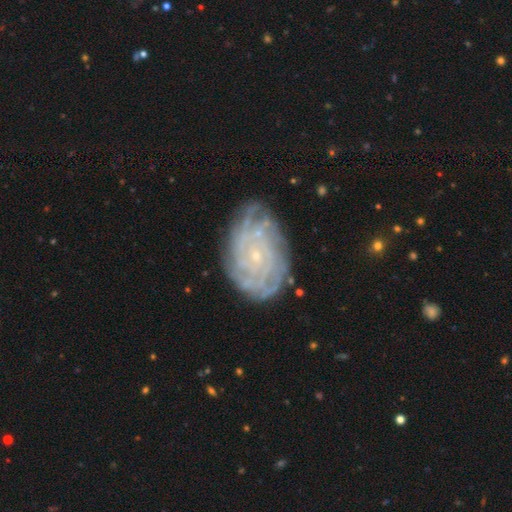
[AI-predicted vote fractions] Smooth or featured?
  - featured or disk: 83% *
  - smooth: 10%
  - star or artifact: 7%
Edge-on disk?
  - no: 97% *
  - yes: 3%
Bar?
  - no: 80% *
  - weak: 16%
  - strong: 4%
Spiral arms?
  - yes: 95% *
  - no: 5%
Spiral winding?
  - tight: 82% *
  - medium: 14%
  - loose: 4%
Spiral arm count?
  - can't tell: 36% *
  - more than 4: 23%
  - 4: 17%
  - 3: 9%
  - 2: 8%
  - 1: 7%
Bulge size?
  - small: 87% *
  - moderate: 10%
  - none: 2%
  - large: 1%
  - dominant: 1%
Merging?
  - none: 76% *
  - minor disturbance: 17%
  - major disturbance: 5%
  - merger: 2%